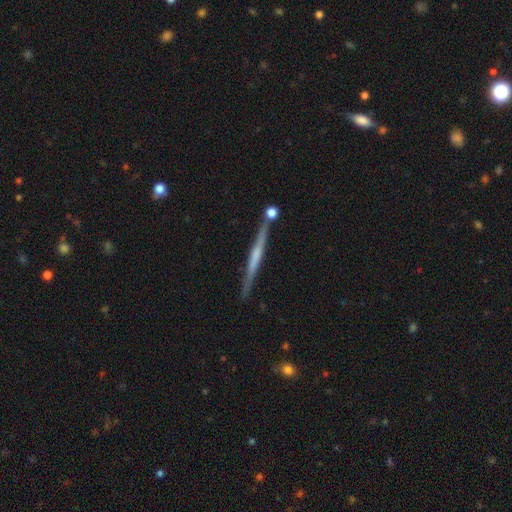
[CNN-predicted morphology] Smooth or featured? Predicted: featured or disk (p=0.64). Edge-on disk? Predicted: yes (p=0.97). Edge-on bulge? Predicted: none (p=0.60). Merging? Predicted: none (p=0.81).